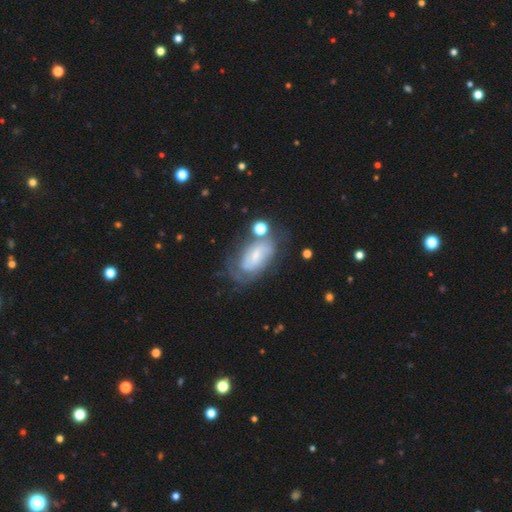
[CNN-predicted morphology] This is likely a featured or disk galaxy (63%). It is clearly not viewed edge-on (95%). Bar: possibly no (51%). Spiral arm pattern: clearly yes (83%). Central bulge: likely small (63%). Merging: possibly none (51%).